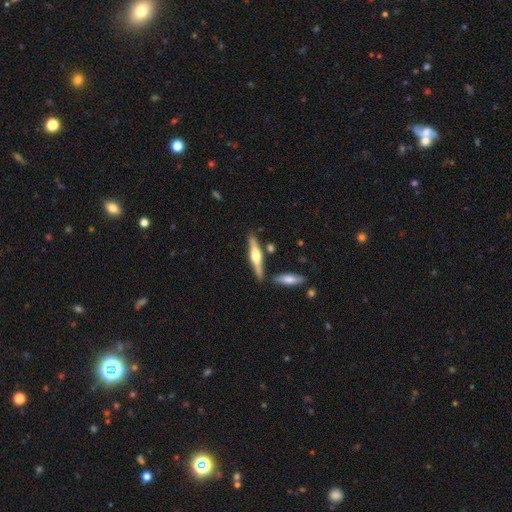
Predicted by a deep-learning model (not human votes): smooth-or-featured: featured or disk: 64% | smooth: 30% | star or artifact: 5%
  disk-edge-on: yes: 96% | no: 4%
    edge-on-bulge: rounded: 90% | boxy: 7% | none: 3%
  merging: none: 78% | minor disturbance: 10% | merger: 9% | major disturbance: 2%